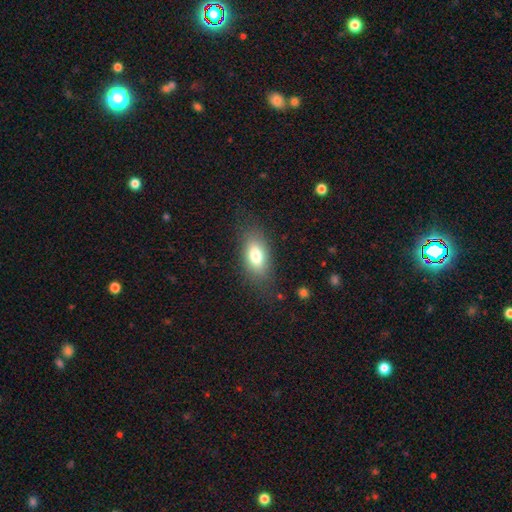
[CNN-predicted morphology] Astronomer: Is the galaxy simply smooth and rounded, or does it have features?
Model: smooth — 77%.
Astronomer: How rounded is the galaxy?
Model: in between — 88%.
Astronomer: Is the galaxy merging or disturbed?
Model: none — 80%.